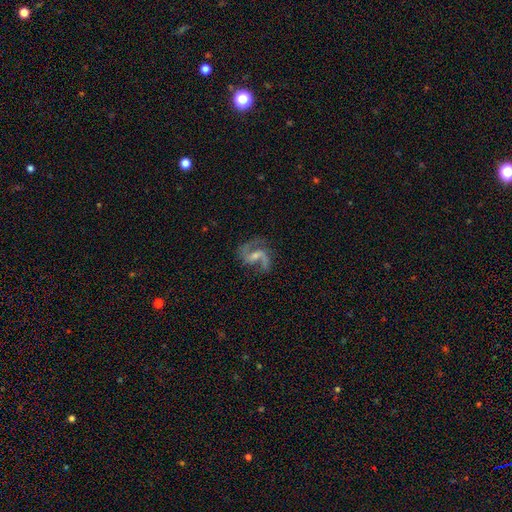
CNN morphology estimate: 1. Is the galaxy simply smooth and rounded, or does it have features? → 89% featured or disk, 6% star or artifact, 4% smooth.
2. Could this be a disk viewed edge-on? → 98% no, 2% yes.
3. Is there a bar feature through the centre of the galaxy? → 49% weak, 28% no, 23% strong.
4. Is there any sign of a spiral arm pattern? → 97% yes, 3% no.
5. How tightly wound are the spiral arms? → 47% medium, 45% loose, 8% tight.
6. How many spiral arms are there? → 91% 2, 3% 1, 2% can't tell, 2% 3, 1% 4, 1% more than 4.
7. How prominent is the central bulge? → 54% small, 34% moderate, 9% none, 2% large, 1% dominant.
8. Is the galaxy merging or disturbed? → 72% none, 15% minor disturbance, 10% major disturbance, 2% merger.